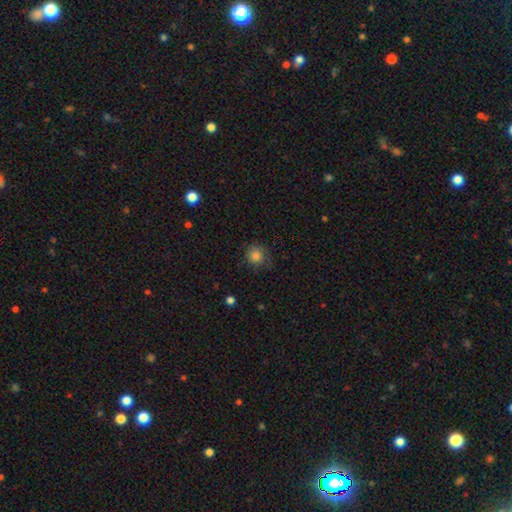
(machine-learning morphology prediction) The model was most divided on "merging": none: 71%, minor disturbance: 21%, major disturbance: 7%, merger: 1%. More confident: how rounded — round (86%); smooth or featured — smooth (84%).